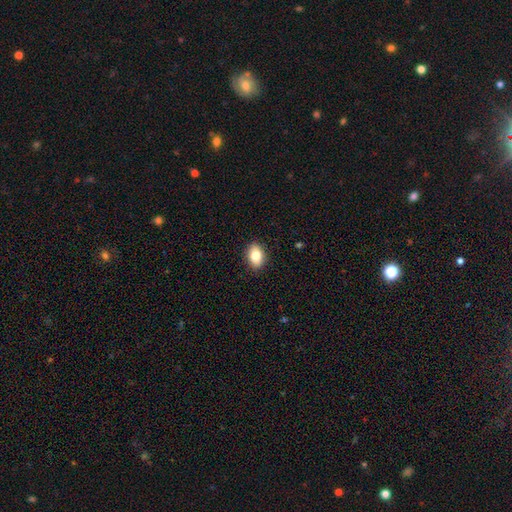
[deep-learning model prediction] smooth 81%, featured or disk 11%, star or artifact 8%. Down the decision tree: how rounded — in between (83%); merging — none (89%).